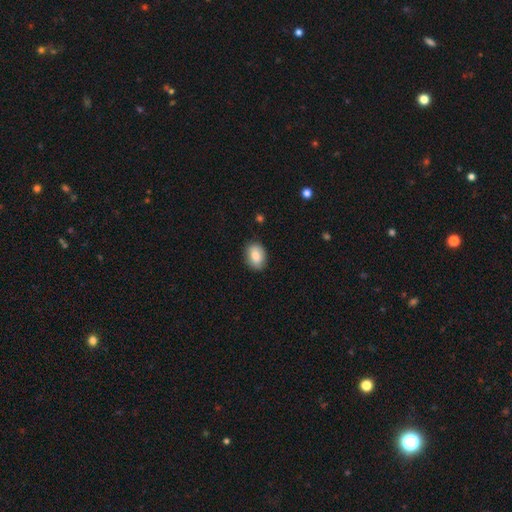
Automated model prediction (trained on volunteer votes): Morphology: type=smooth (84%); roundness=in between (77%); merging=none (83%).